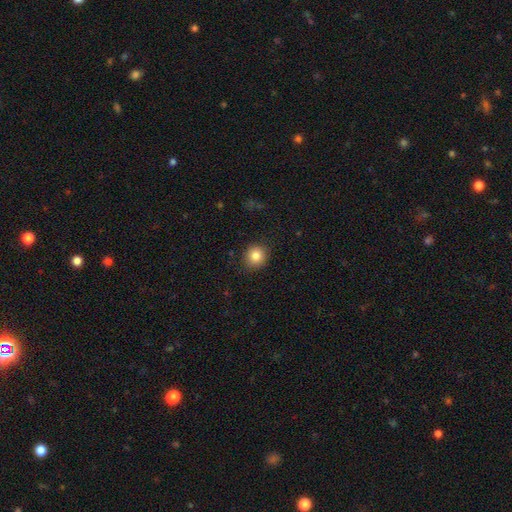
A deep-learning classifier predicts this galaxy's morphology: smooth 83%, star or artifact 10%, featured or disk 6%. Down the decision tree: how rounded — round (86%); merging — none (88%).